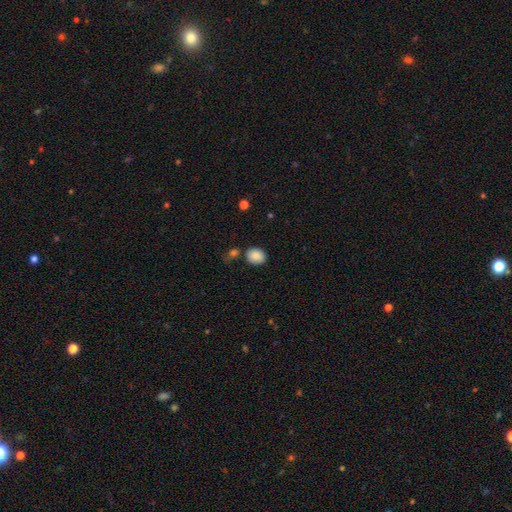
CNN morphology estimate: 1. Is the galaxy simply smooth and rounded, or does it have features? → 87% smooth, 8% star or artifact, 5% featured or disk.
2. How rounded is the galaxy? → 53% round, 46% in between, 1% cigar-shaped.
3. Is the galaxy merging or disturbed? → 78% none, 12% minor disturbance, 7% merger, 3% major disturbance.